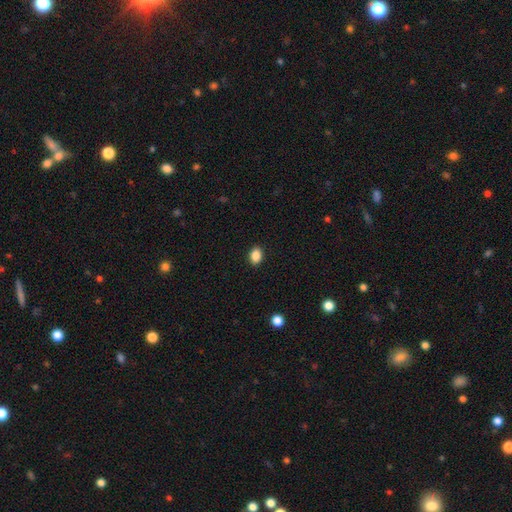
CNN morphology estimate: This appears to be a smooth galaxy with no disk features (88%) that is in between round and cigar-shaped (77%). Merging: none (90%).